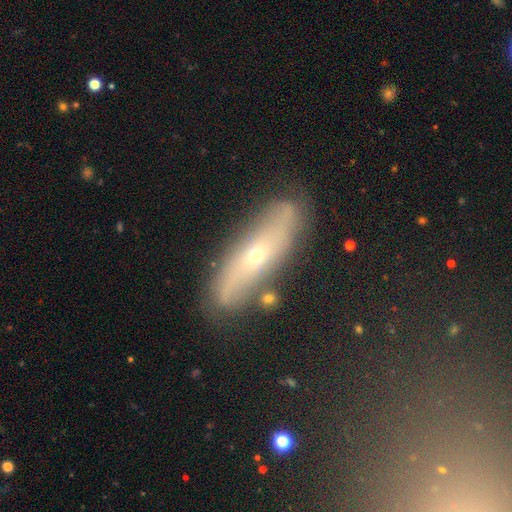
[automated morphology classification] type=featured or disk (63%); edge-on=no (65%); merging=none (79%).